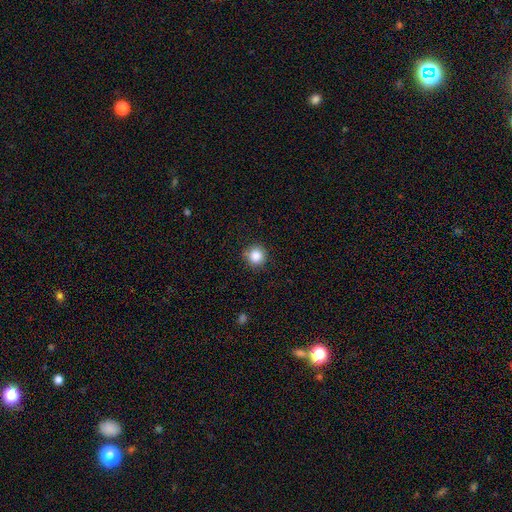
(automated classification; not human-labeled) Morphology: type=smooth (85%); roundness=round (93%); merging=none (85%).